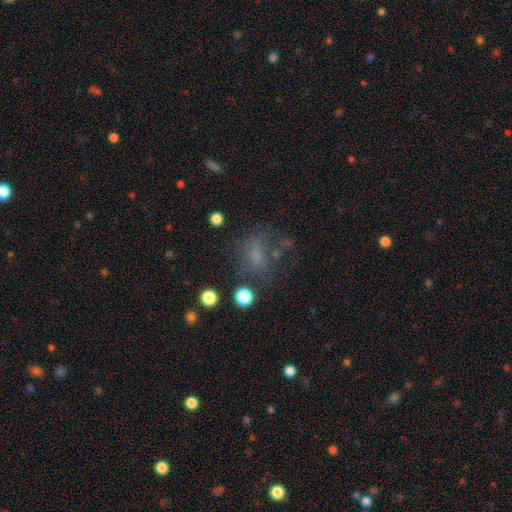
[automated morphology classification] Q: Smooth or featured?
A: smooth (54%); runner-up: star or artifact (24%)
Q: How rounded?
A: in between (59%); runner-up: round (38%)
Q: Merging?
A: none (50%); runner-up: major disturbance (22%)